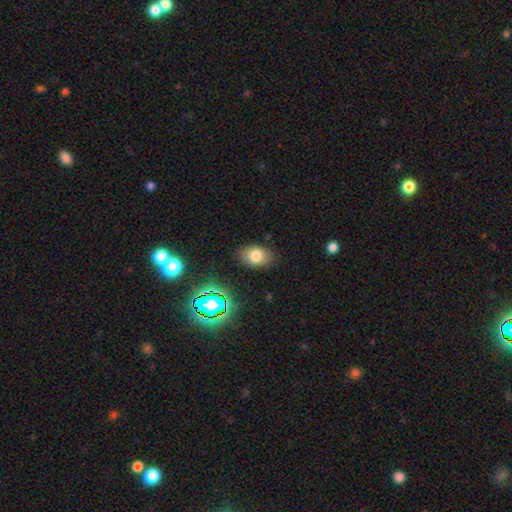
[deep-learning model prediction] Q: Smooth or featured?
A: smooth (76%); runner-up: star or artifact (13%)
Q: How rounded?
A: in between (83%); runner-up: round (16%)
Q: Merging?
A: none (83%); runner-up: minor disturbance (12%)